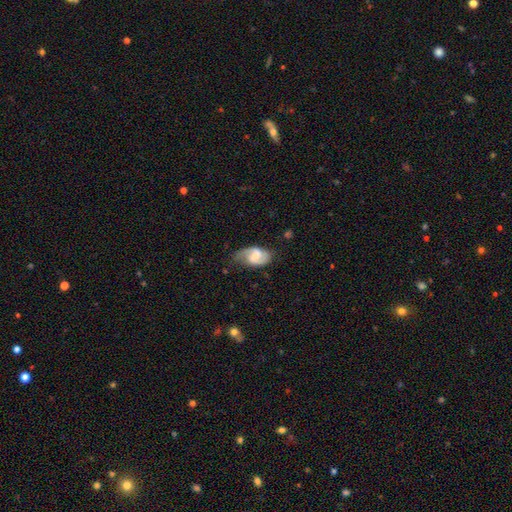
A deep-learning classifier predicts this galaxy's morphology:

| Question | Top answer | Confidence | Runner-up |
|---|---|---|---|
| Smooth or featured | featured or disk | 69% | smooth (25%) |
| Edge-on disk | no | 97% | yes (3%) |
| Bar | weak | 54% | no (24%) |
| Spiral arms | yes | 91% | no (9%) |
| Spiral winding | medium | 47% | loose (35%) |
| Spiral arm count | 2 | 82% | 1 (9%) |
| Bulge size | small | 37% | tied: moderate (37%) |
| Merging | none | 60% | minor disturbance (28%) |